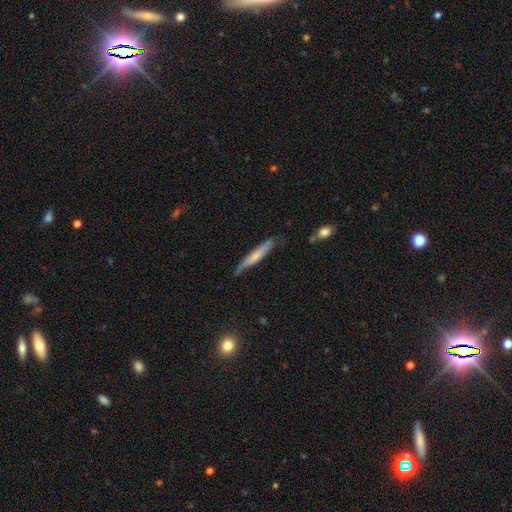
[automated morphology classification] type=smooth (56%); roundness=cigar-shaped (93%); merging=none (70%).